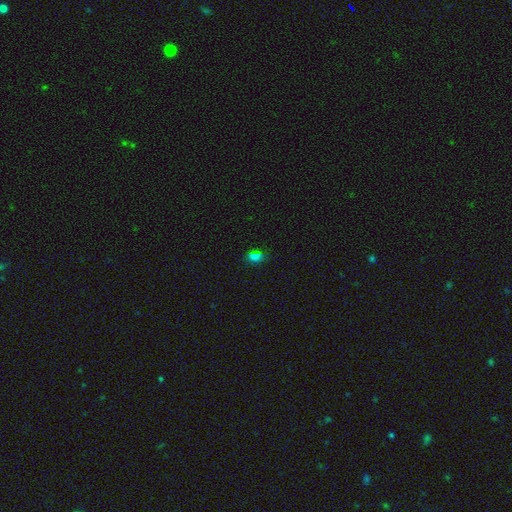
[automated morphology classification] Smooth or featured: smooth — 72% (star or artifact — 22%)
How rounded: in between — 81% (round — 15%)
Merging: none — 76% (minor disturbance — 17%)